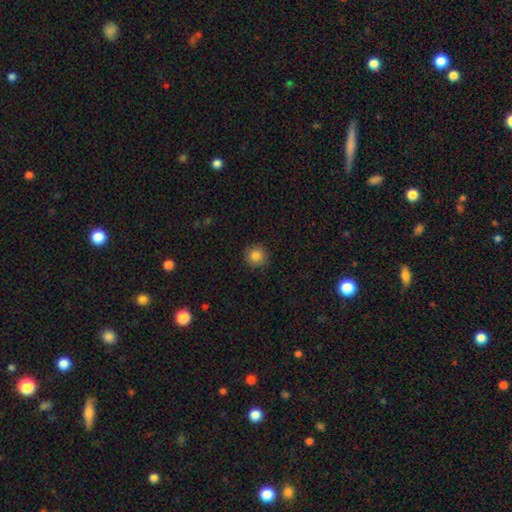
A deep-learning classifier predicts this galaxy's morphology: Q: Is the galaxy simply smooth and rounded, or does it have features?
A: smooth — 84%.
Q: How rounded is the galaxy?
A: round — 95%.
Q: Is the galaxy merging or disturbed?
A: none — 91%.